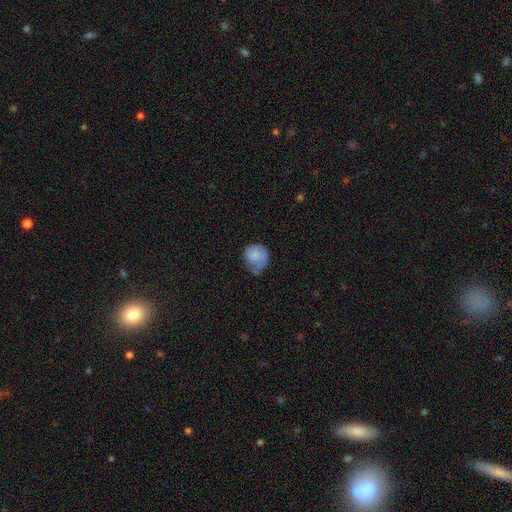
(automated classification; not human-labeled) A smooth galaxy with no disk features (76%) that is round (79%). Merging: minor disturbance (40%).